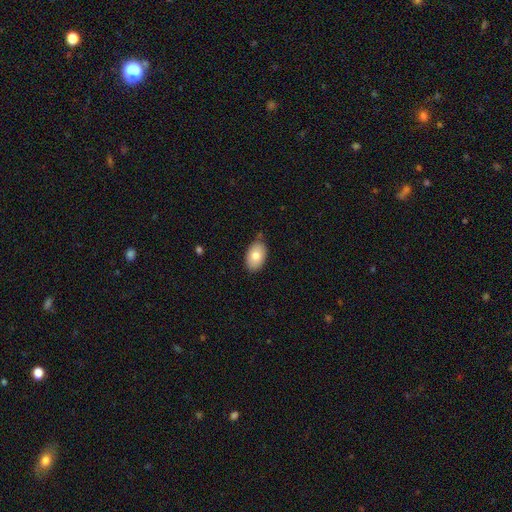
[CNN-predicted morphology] This appears to be a smooth galaxy with no disk features (78%) that is in between round and cigar-shaped (90%). Merging: none (81%).